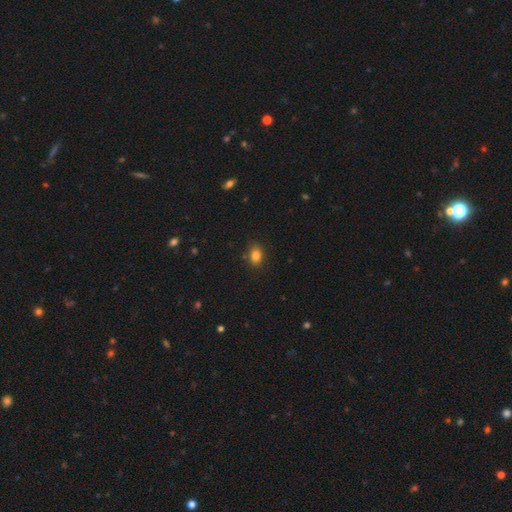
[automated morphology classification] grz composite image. It shows a smooth galaxy with no disk features (83%) that is in between round and cigar-shaped (66%). Merging: none (84%).